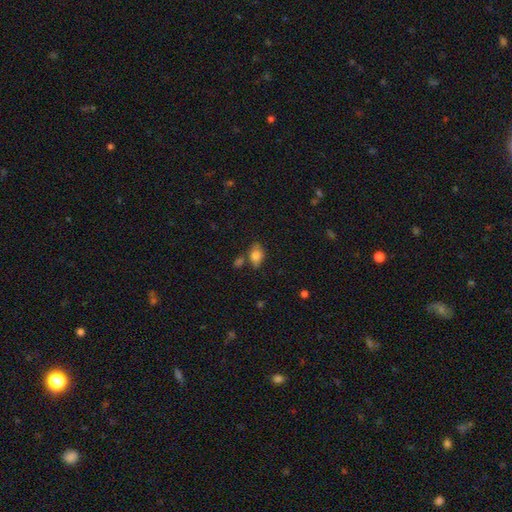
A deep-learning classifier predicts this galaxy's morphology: The model was most divided on "merging": none: 60%, minor disturbance: 22%, merger: 12%, major disturbance: 6%. More confident: how rounded — in between (81%); smooth or featured — smooth (79%).